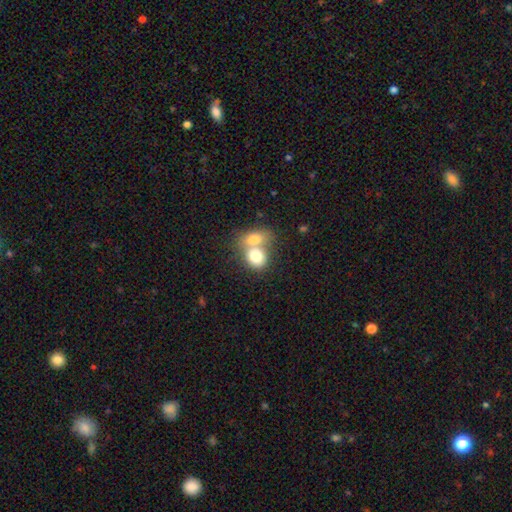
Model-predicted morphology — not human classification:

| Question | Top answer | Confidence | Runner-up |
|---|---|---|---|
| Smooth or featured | smooth | 75% | featured or disk (17%) |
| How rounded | in between | 56% | round (42%) |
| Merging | merger | 70% | none (21%) |